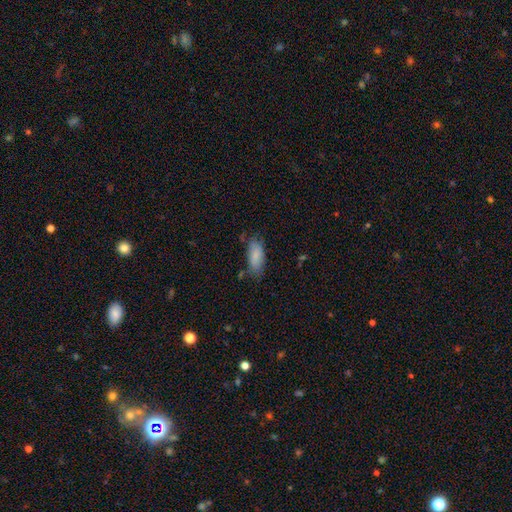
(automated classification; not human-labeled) Overall: smooth (84%). How rounded: in between (84%). Merging: none (67%).